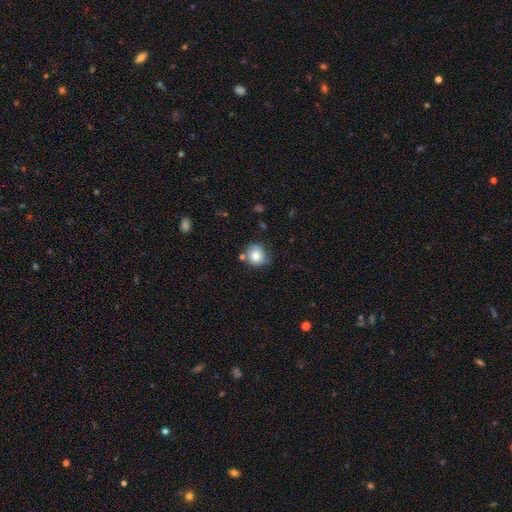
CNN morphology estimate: Overall: smooth (79%). How rounded: round (85%). Merging: none (68%).